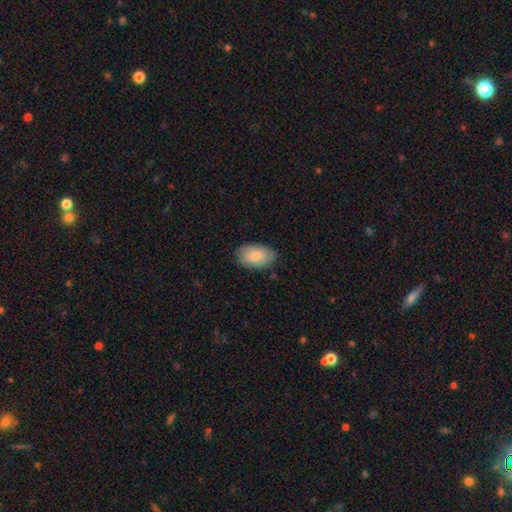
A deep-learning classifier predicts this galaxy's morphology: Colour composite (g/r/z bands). It shows a smooth galaxy with no disk features (82%) that is in between round and cigar-shaped (94%). Merging: none (80%).